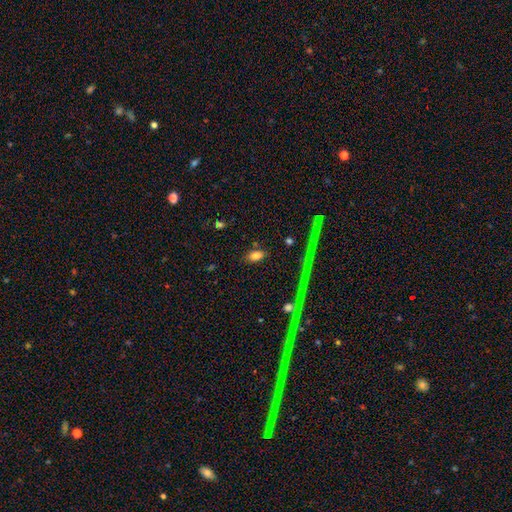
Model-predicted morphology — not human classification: A smooth galaxy with no disk features (81%) that is in between round and cigar-shaped (90%). Merging: none (82%).